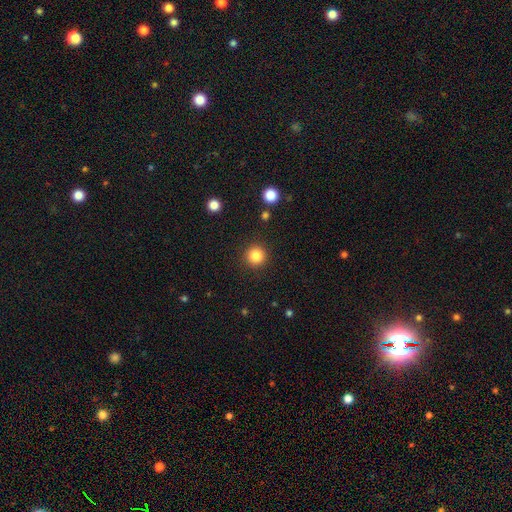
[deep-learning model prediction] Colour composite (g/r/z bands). It shows a smooth galaxy with no disk features (84%) that is round (96%). Merging: none (92%).